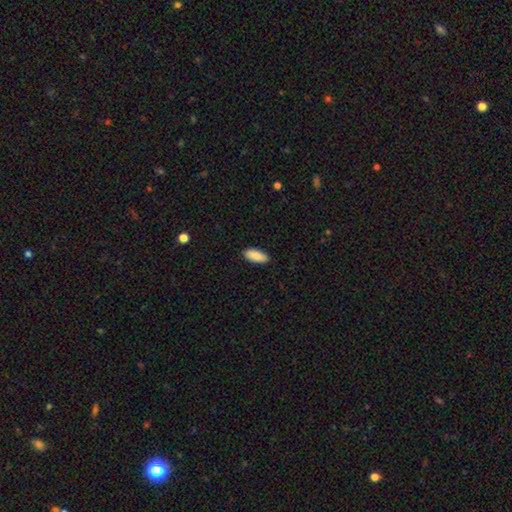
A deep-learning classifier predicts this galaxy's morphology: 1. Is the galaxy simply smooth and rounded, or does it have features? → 89% smooth, 6% star or artifact, 5% featured or disk.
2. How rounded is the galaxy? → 84% in between, 14% cigar-shaped, 2% round.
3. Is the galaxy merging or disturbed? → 90% none, 7% minor disturbance, 2% major disturbance, 1% merger.